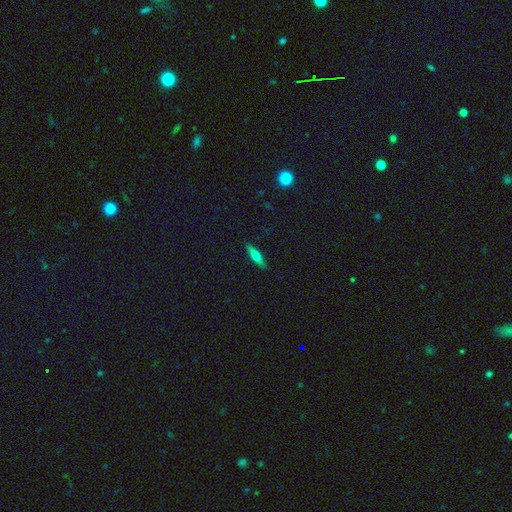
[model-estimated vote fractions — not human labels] Smooth or featured?
  - smooth: 51% *
  - featured or disk: 42%
  - star or artifact: 7%
How rounded?
  - cigar-shaped: 73% *
  - in between: 25%
  - round: 2%
Merging?
  - none: 89% *
  - minor disturbance: 8%
  - major disturbance: 2%
  - merger: 1%